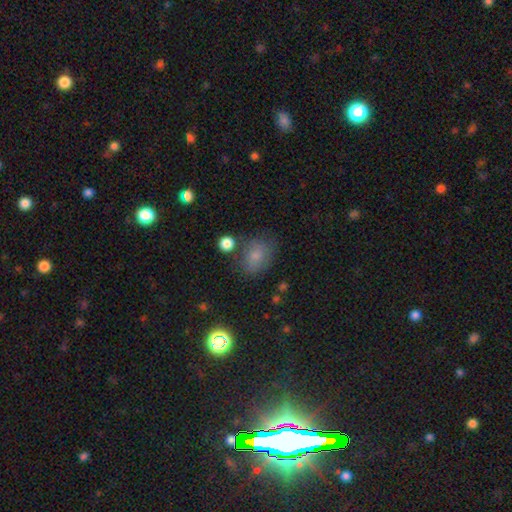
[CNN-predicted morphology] A smooth galaxy with no disk features (75%) that is in between round and cigar-shaped (67%).

Vote fractions:
- Smooth or featured? smooth: 75% / star or artifact: 13% / featured or disk: 12%
- How rounded? in between: 67% / round: 31% / cigar-shaped: 1%
- Merging? none: 67% / minor disturbance: 20% / major disturbance: 7% / merger: 6%